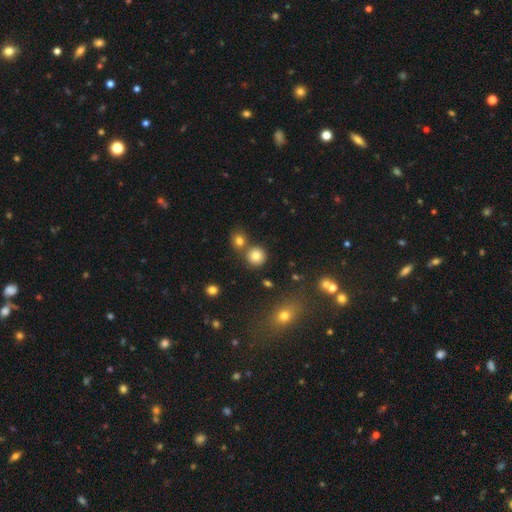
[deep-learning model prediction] Q: Smooth or featured?
A: smooth (80%); runner-up: star or artifact (12%)
Q: How rounded?
A: round (90%); runner-up: in between (9%)
Q: Merging?
A: none (75%); runner-up: merger (15%)